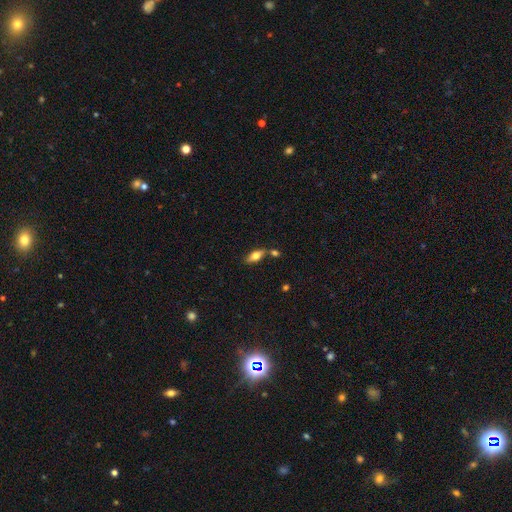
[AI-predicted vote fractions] A smooth galaxy with no disk features (66%) that is in between round and cigar-shaped (75%). Merging: none (65%).